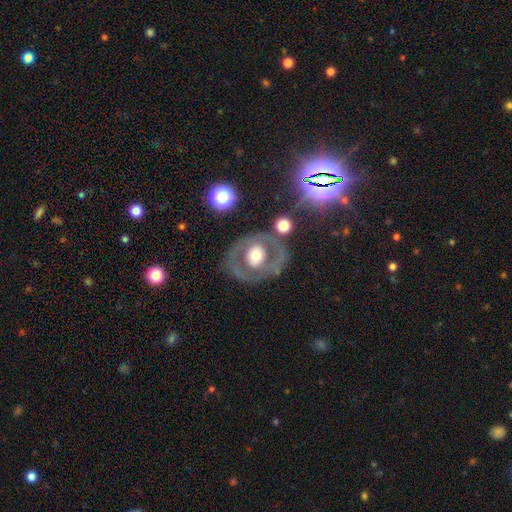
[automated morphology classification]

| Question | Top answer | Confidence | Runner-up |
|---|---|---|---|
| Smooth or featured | featured or disk | 58% | smooth (35%) |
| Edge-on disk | no | 94% | yes (6%) |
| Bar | no | 79% | weak (14%) |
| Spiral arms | no | 81% | yes (19%) |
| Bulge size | moderate | 56% | large (33%) |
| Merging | none | 70% | minor disturbance (14%) |